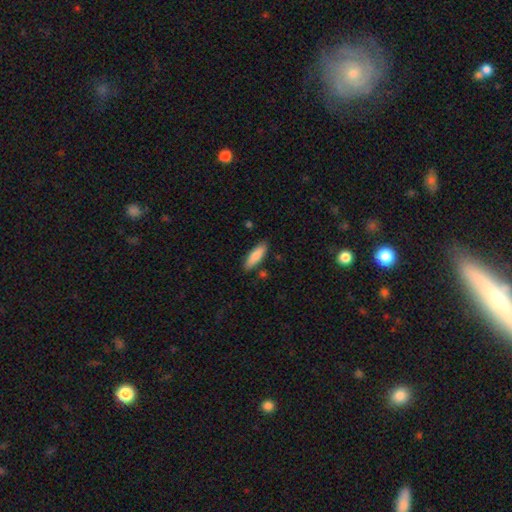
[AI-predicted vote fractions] Q: Smooth or featured?
A: smooth (81%); runner-up: featured or disk (14%)
Q: How rounded?
A: cigar-shaped (52%); runner-up: in between (46%)
Q: Merging?
A: none (85%); runner-up: minor disturbance (10%)